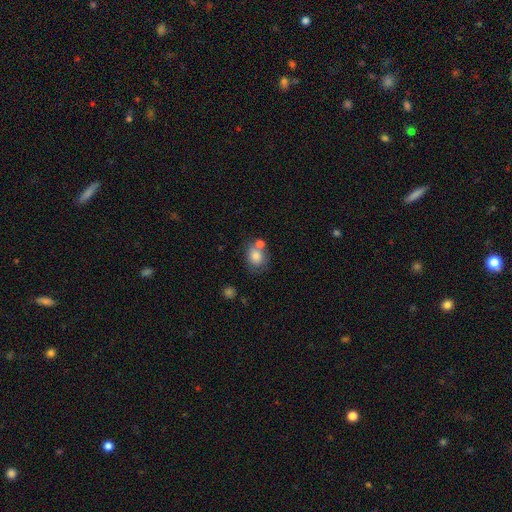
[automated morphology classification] This appears to be a smooth galaxy with no disk features (78%) that is round (60%). Merging: none (49%).